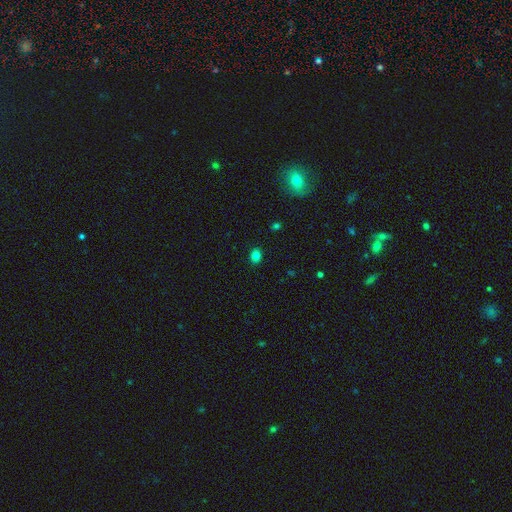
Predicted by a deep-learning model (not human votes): A smooth galaxy with no disk features (81%) that is round (50%).

Vote fractions:
- Smooth or featured? smooth: 81% / star or artifact: 13% / featured or disk: 6%
- How rounded? round: 50% / in between: 49% / cigar-shaped: 1%
- Merging? none: 89% / minor disturbance: 8% / major disturbance: 2% / merger: 1%